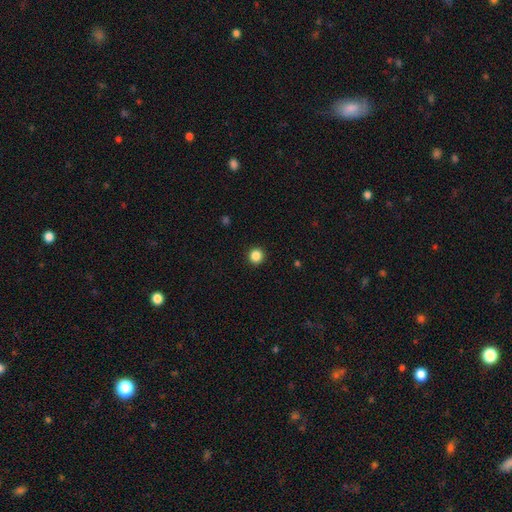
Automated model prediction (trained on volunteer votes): Overall: smooth (86%). How rounded: round (95%). Merging: none (93%).